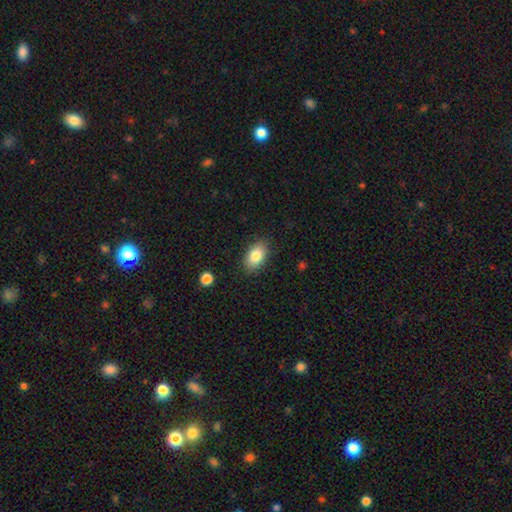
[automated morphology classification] Q: Smooth or featured?
A: smooth (83%); runner-up: featured or disk (10%)
Q: How rounded?
A: in between (91%); runner-up: round (7%)
Q: Merging?
A: none (86%); runner-up: minor disturbance (10%)